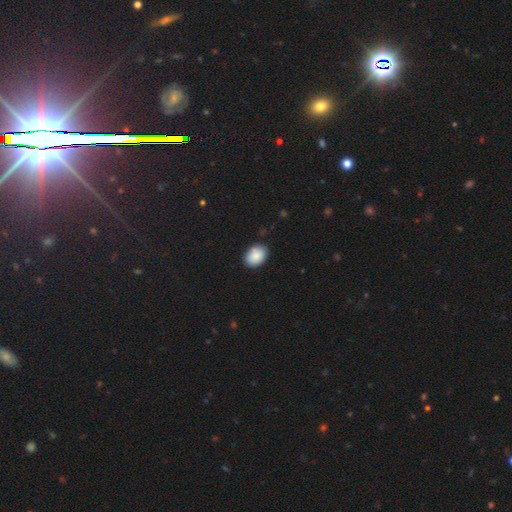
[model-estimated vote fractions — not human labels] A smooth galaxy with no disk features (88%) that is in between round and cigar-shaped (73%).

Vote fractions:
- Smooth or featured? smooth: 88% / star or artifact: 7% / featured or disk: 5%
- How rounded? in between: 73% / round: 26% / cigar-shaped: 1%
- Merging? none: 85% / minor disturbance: 11% / major disturbance: 2% / merger: 1%